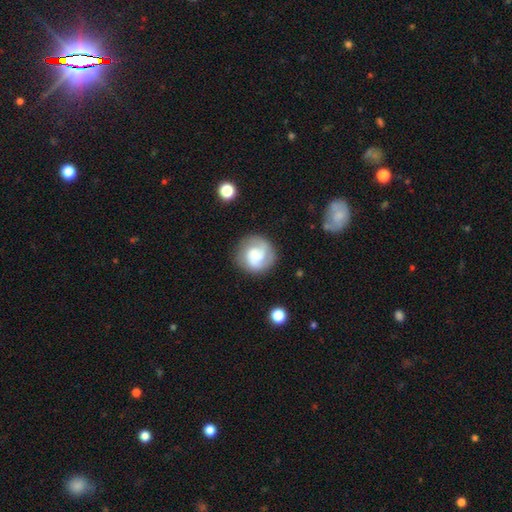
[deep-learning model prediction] A featured or disk galaxy (51%) with no bar (61%), spiral arms (87%) and a large central bulge (28%). Merging: none (73%).